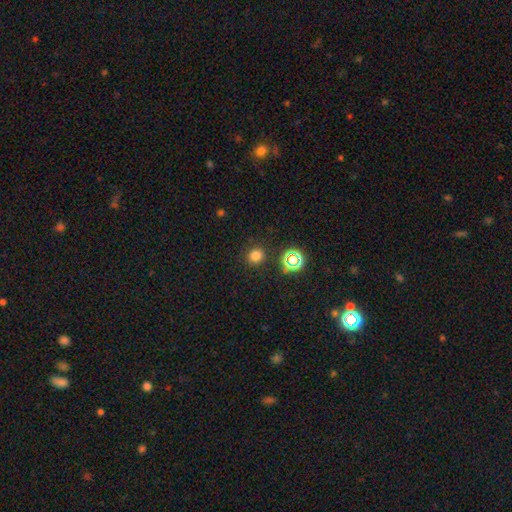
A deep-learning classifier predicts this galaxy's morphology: Smooth or featured? smooth (75%)
How rounded? round (88%)
Merging? none (89%)